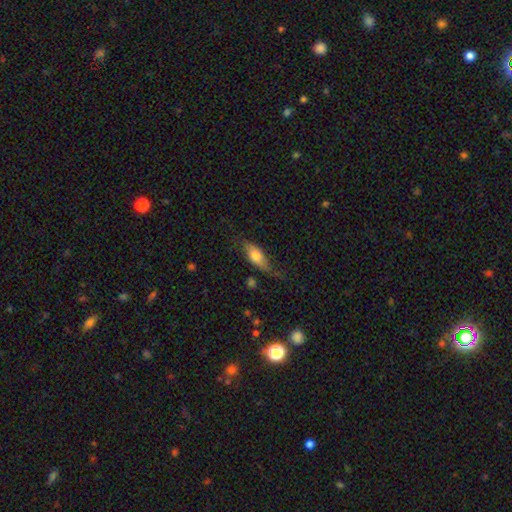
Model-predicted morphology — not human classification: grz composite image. It shows a smooth galaxy with no disk features (64%) that is in between round and cigar-shaped (75%). Merging: none (58%).